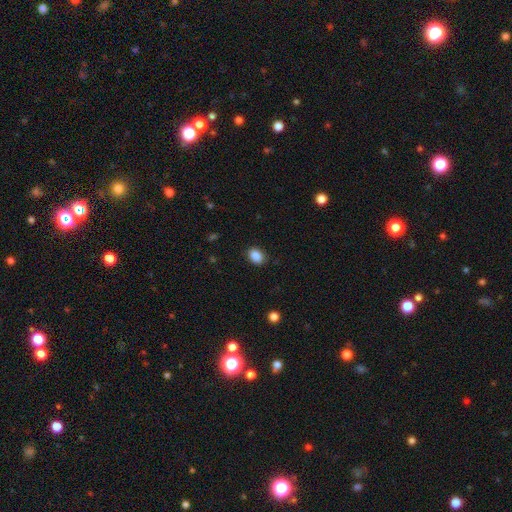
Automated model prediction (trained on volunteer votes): The model was most divided on "how rounded": in between: 69%, round: 30%, cigar-shaped: 1%. More confident: smooth or featured — smooth (88%); merging — none (87%).